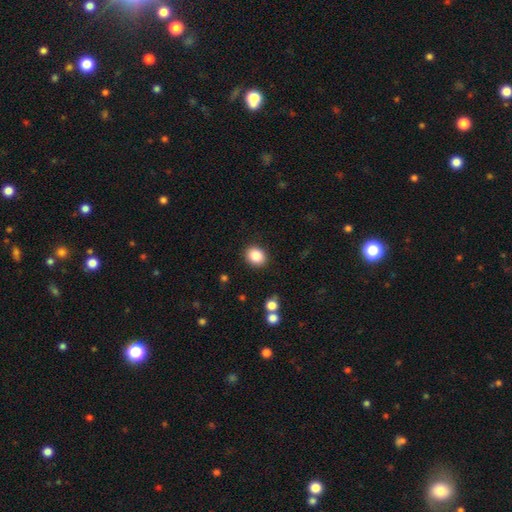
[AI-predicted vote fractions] Morphology: type=smooth (87%); roundness=round (58%); merging=none (89%).